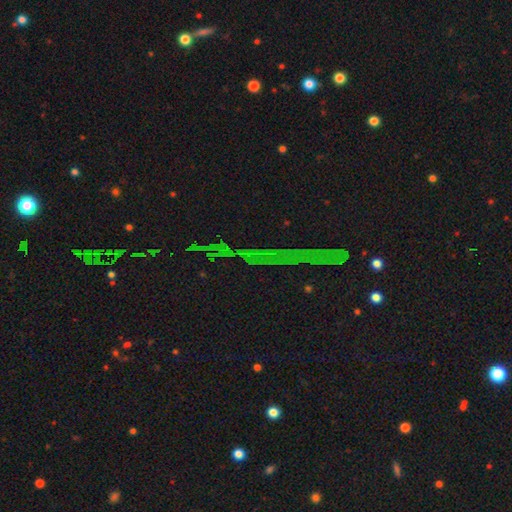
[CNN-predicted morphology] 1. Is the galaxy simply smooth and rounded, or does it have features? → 77% star or artifact, 13% featured or disk, 10% smooth.